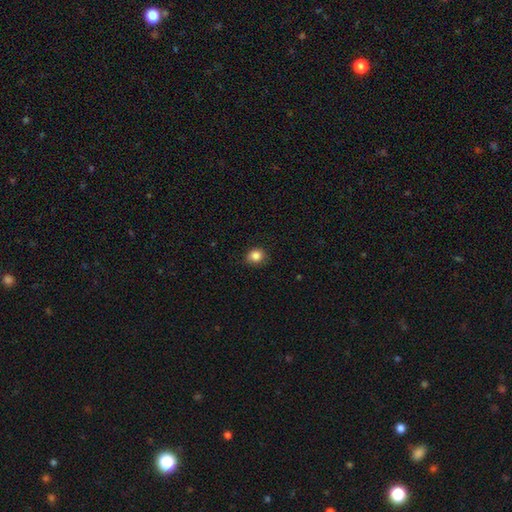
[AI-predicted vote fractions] A smooth galaxy with no disk features (85%) that is round (74%). Merging: none (84%).